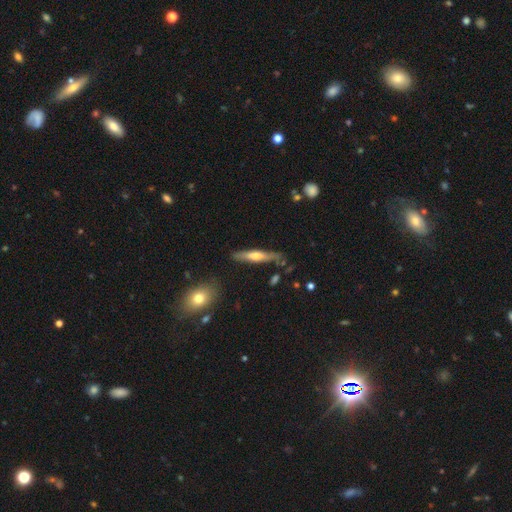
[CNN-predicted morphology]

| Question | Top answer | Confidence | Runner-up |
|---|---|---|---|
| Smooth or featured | featured or disk | 48% | smooth (46%) |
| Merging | none | 77% | minor disturbance (16%) |